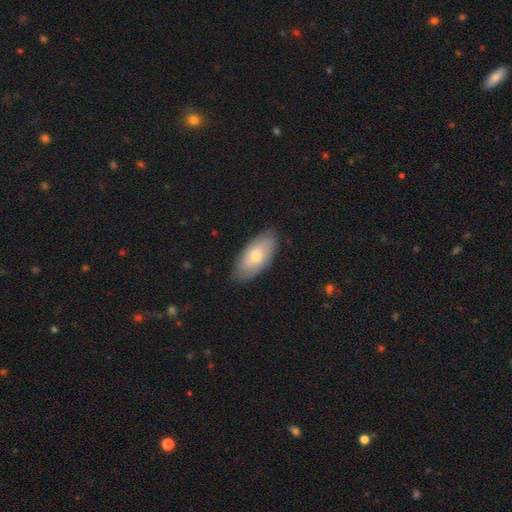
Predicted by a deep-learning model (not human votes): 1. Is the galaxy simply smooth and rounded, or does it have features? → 64% smooth, 30% featured or disk, 6% star or artifact.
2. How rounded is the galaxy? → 91% in between, 7% cigar-shaped, 3% round.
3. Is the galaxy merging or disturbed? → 85% none, 12% minor disturbance, 2% major disturbance, 1% merger.